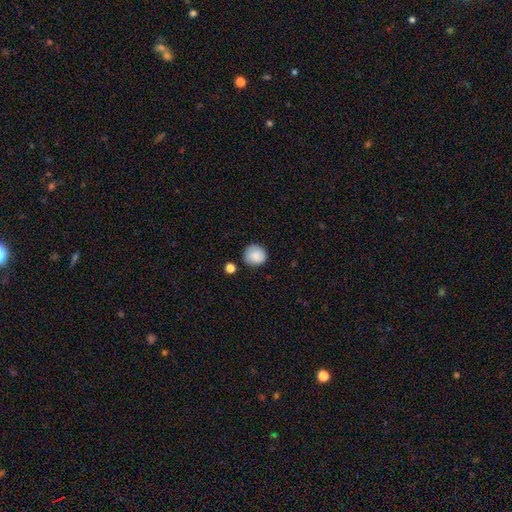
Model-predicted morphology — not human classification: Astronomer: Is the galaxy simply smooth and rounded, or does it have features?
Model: smooth — 87%.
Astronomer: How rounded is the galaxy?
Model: round — 91%.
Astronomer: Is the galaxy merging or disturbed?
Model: none — 82%.